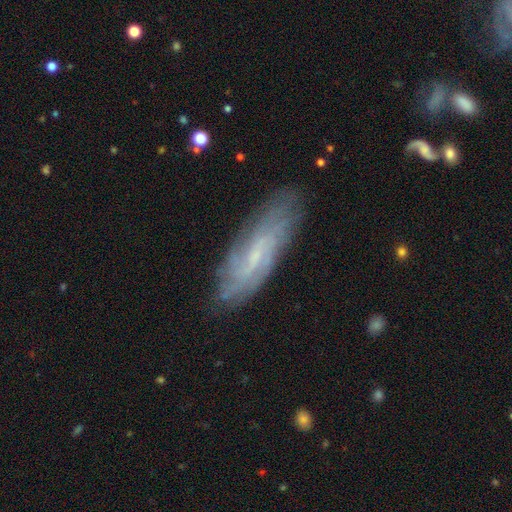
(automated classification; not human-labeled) A featured or disk galaxy (68%) with a weak bar (47%), spiral arms (87%) and a small central bulge (68%). Merging: none (79%).